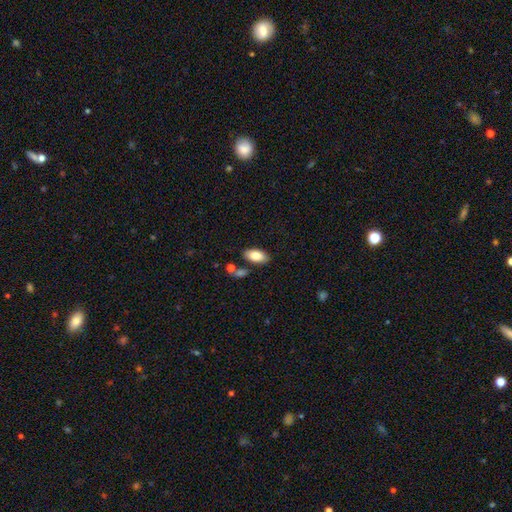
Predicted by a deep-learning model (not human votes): smooth 82%, featured or disk 11%, star or artifact 7%. Down the decision tree: how rounded — in between (93%); merging — none (81%).